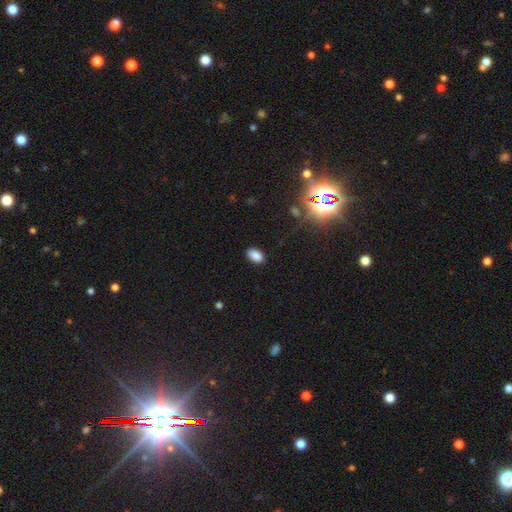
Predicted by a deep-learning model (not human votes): This appears to be a smooth galaxy with no disk features (85%) that is in between round and cigar-shaped (92%). Merging: none (87%).